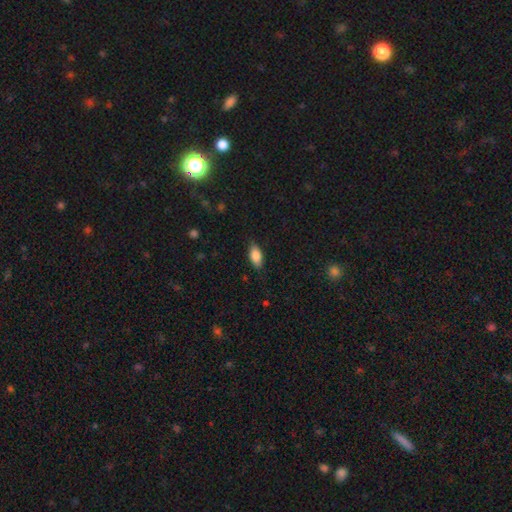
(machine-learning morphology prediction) This appears to be a smooth galaxy with no disk features (83%) that is in between round and cigar-shaped (88%). Merging: none (80%).